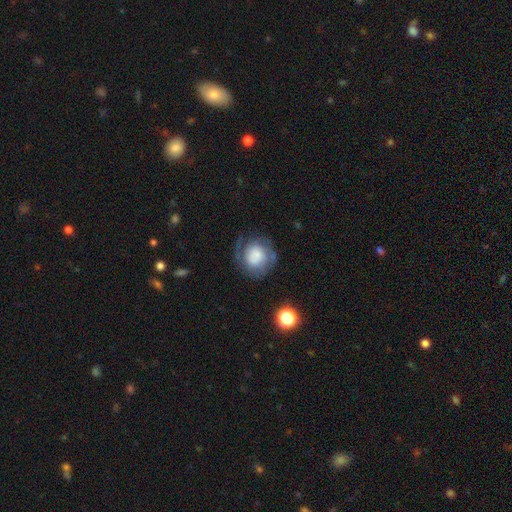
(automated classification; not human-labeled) A featured or disk galaxy (47%).

Vote fractions:
- Smooth or featured? featured or disk: 47% / smooth: 44% / star or artifact: 9%
- Merging? none: 61% / minor disturbance: 20% / major disturbance: 17% / merger: 2%